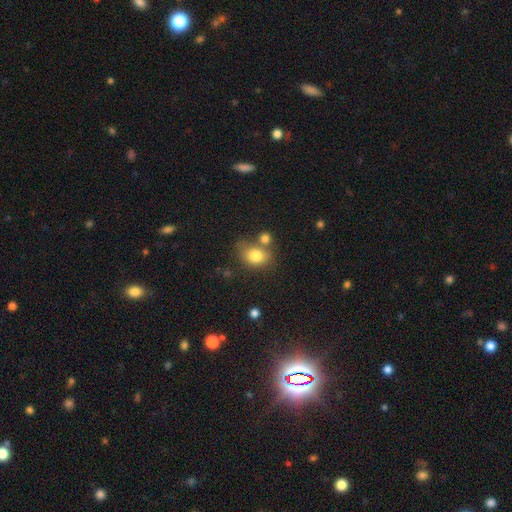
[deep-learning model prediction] A smooth galaxy with no disk features (80%) that is in between round and cigar-shaped (59%).

Vote fractions:
- Smooth or featured? smooth: 80% / featured or disk: 10% / star or artifact: 10%
- How rounded? in between: 59% / round: 40% / cigar-shaped: 1%
- Merging? none: 51% / merger: 25% / minor disturbance: 17% / major disturbance: 7%